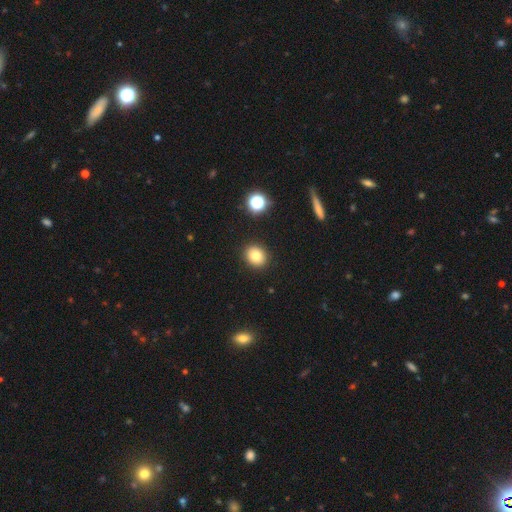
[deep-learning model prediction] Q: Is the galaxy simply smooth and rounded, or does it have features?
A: smooth — 80%.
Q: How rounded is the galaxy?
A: round — 70%.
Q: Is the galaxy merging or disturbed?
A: none — 90%.